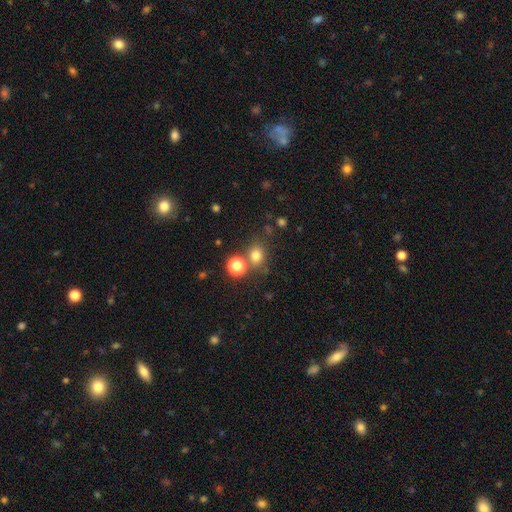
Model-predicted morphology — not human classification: type=smooth (76%); roundness=round (69%); merging=none (72%).